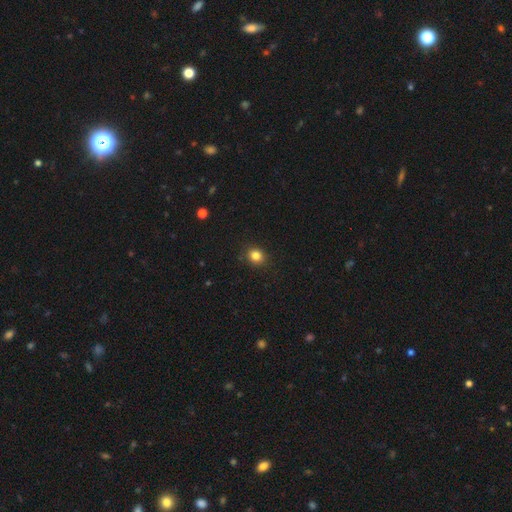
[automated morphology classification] Q: Smooth or featured?
A: smooth (84%); runner-up: star or artifact (12%)
Q: How rounded?
A: round (70%); runner-up: in between (29%)
Q: Merging?
A: none (88%); runner-up: minor disturbance (8%)